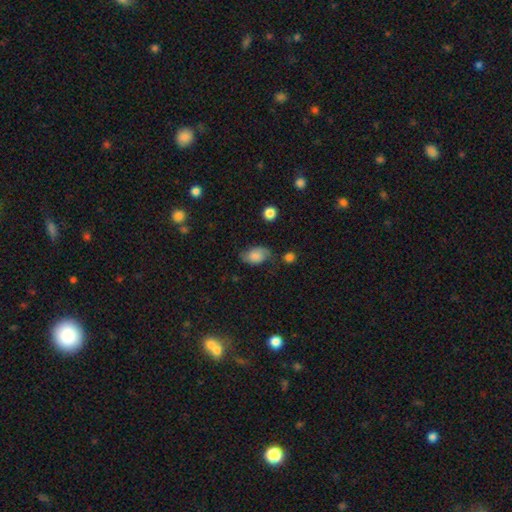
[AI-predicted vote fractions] Smooth or featured? smooth (67%)
How rounded? in between (85%)
Merging? none (56%)